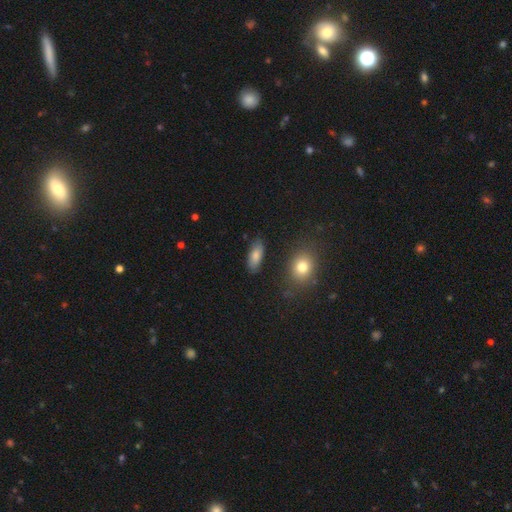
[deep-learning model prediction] smooth_or_featured: smooth (p=0.80) [alt: featured or disk p=0.12]
how_rounded: in between (p=0.81) [alt: cigar-shaped p=0.15]
merging: none (p=0.82) [alt: minor disturbance p=0.13]